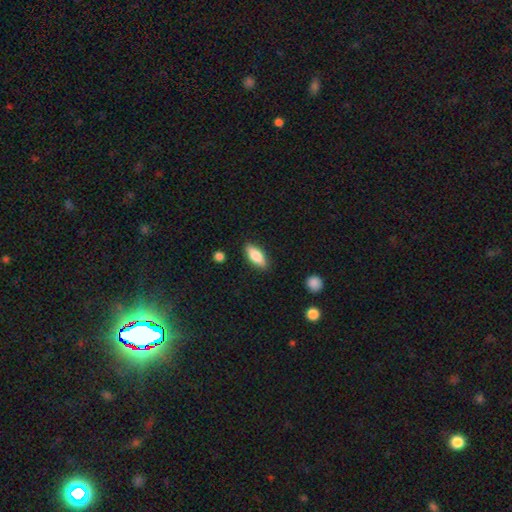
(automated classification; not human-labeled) The model was most divided on "how rounded": in between: 71%, cigar-shaped: 27%, round: 3%. More confident: merging — none (87%); smooth or featured — smooth (77%).